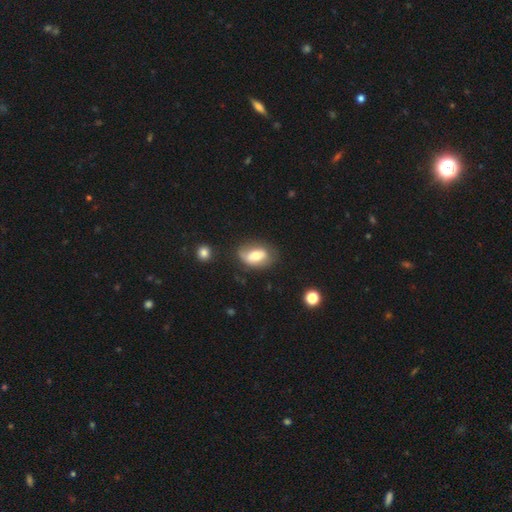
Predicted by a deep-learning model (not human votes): Smooth or featured: smooth — 59% (featured or disk — 33%)
How rounded: in between — 86% (round — 12%)
Merging: none — 55% (minor disturbance — 29%)